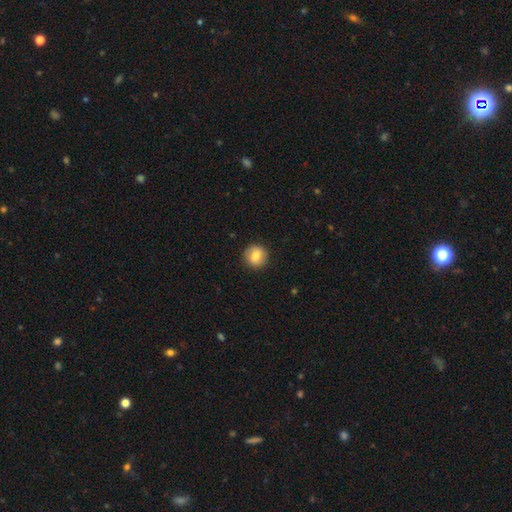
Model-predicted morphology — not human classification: Q: Smooth or featured?
A: smooth (80%); runner-up: featured or disk (12%)
Q: How rounded?
A: round (91%); runner-up: in between (8%)
Q: Merging?
A: none (90%); runner-up: minor disturbance (7%)